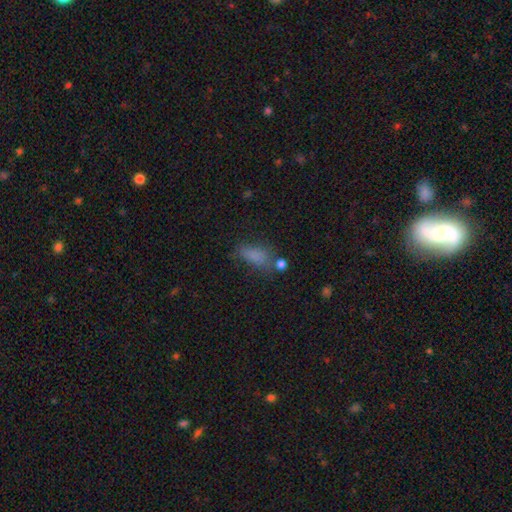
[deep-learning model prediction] Q: Smooth or featured?
A: smooth (77%); runner-up: star or artifact (14%)
Q: How rounded?
A: in between (75%); runner-up: cigar-shaped (19%)
Q: Merging?
A: none (54%); runner-up: minor disturbance (24%)